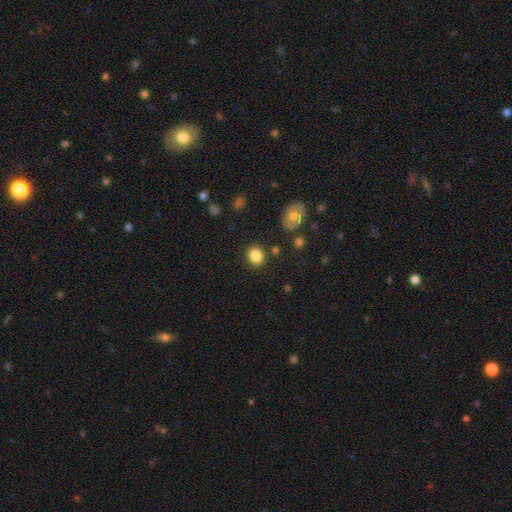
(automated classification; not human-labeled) smooth-or-featured: smooth: 85% | star or artifact: 9% | featured or disk: 6%
  how-rounded: round: 68% | in between: 31% | cigar-shaped: 1%
  merging: none: 85% | minor disturbance: 9% | merger: 4% | major disturbance: 3%